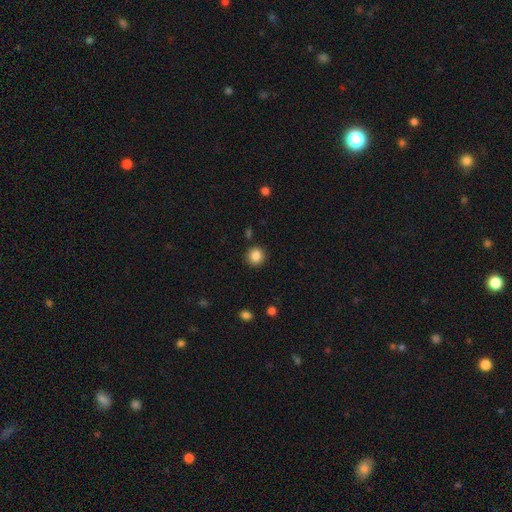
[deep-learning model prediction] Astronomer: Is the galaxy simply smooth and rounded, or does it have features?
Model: smooth — 86%.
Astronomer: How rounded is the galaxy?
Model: round — 91%.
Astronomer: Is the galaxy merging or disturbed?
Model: none — 89%.